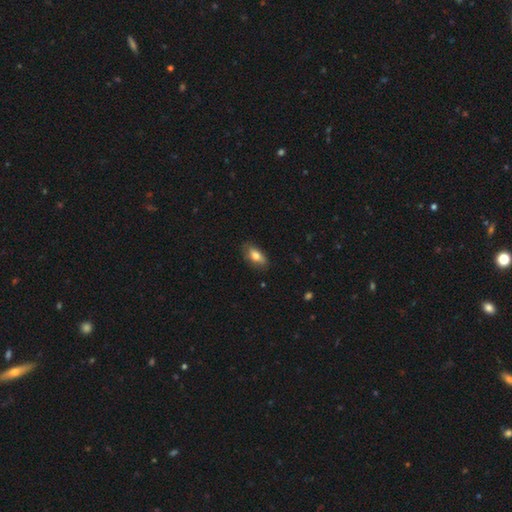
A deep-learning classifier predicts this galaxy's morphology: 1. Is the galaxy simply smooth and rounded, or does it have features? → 79% smooth, 14% featured or disk, 7% star or artifact.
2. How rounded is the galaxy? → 88% in between, 7% cigar-shaped, 5% round.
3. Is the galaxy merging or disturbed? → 77% none, 18% minor disturbance, 4% major disturbance, 1% merger.